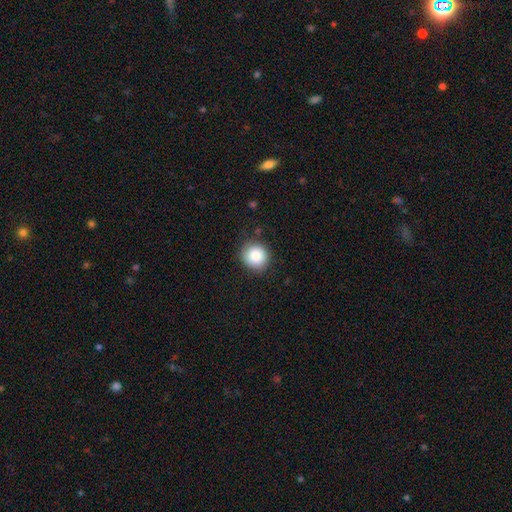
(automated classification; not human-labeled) Morphology: type=smooth (85%); roundness=round (89%); merging=none (84%).